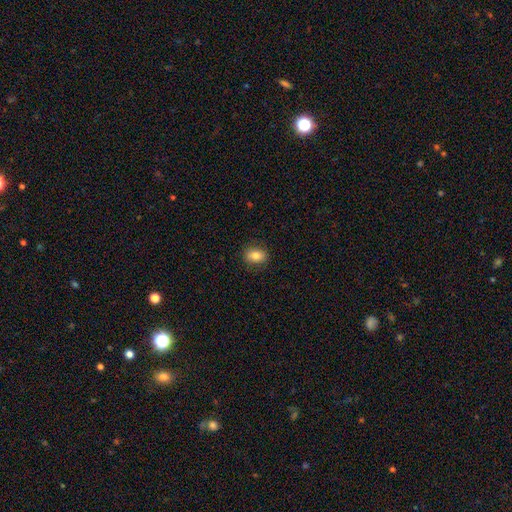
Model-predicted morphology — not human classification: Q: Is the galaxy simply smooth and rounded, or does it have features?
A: smooth — 80%.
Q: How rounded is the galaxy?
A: in between — 67%.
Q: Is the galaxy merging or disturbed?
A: none — 86%.